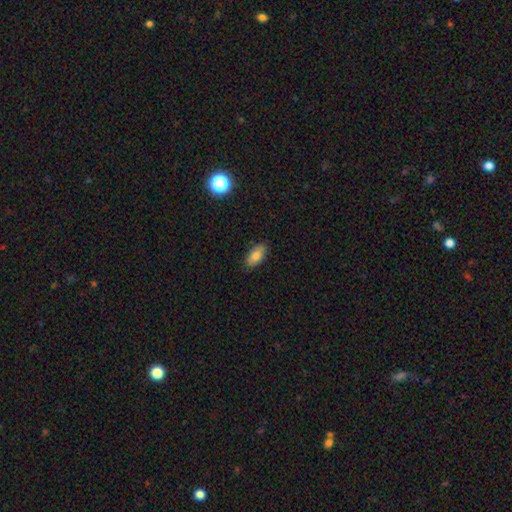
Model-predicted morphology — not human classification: Smooth or featured: smooth — 83% (featured or disk — 9%)
How rounded: in between — 90% (cigar-shaped — 7%)
Merging: none — 85% (minor disturbance — 11%)